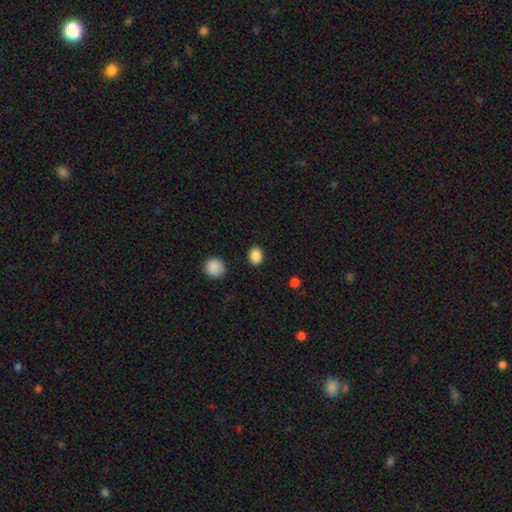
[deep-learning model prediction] smooth_or_featured: smooth (p=0.87) [alt: star or artifact p=0.10]
how_rounded: round (p=0.66) [alt: in between p=0.33]
merging: none (p=0.90) [alt: minor disturbance p=0.06]